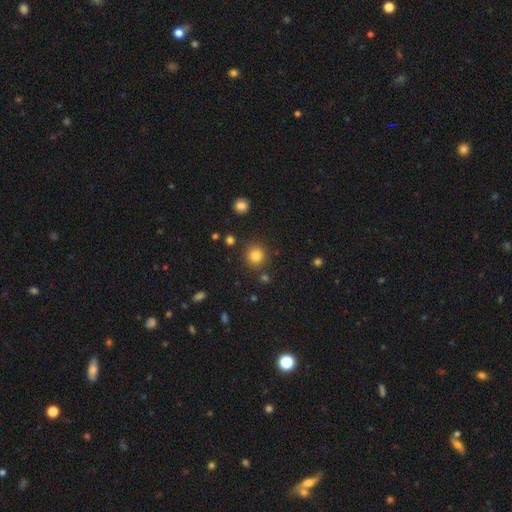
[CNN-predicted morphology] smooth-or-featured: smooth: 82% | star or artifact: 12% | featured or disk: 6%
  how-rounded: round: 92% | in between: 7% | cigar-shaped: 1%
  merging: none: 87% | minor disturbance: 7% | merger: 3% | major disturbance: 3%